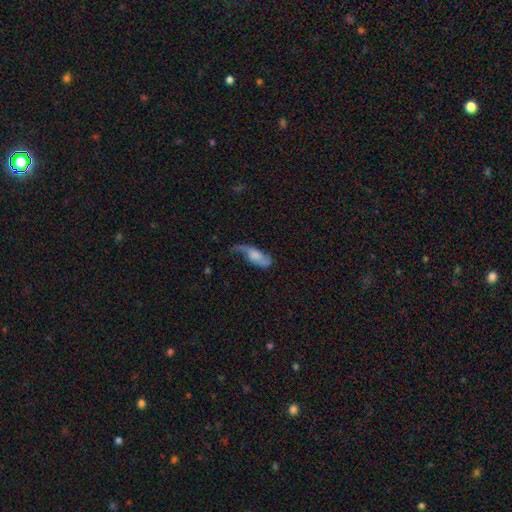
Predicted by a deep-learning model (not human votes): Smooth or featured? Predicted: featured or disk (p=0.60). Edge-on disk? Predicted: no (p=0.88). Bar? Predicted: no (p=0.66). Spiral arms? Predicted: yes (p=0.86). Bulge size? Predicted: none (p=0.32). Merging? Predicted: none (p=0.38).